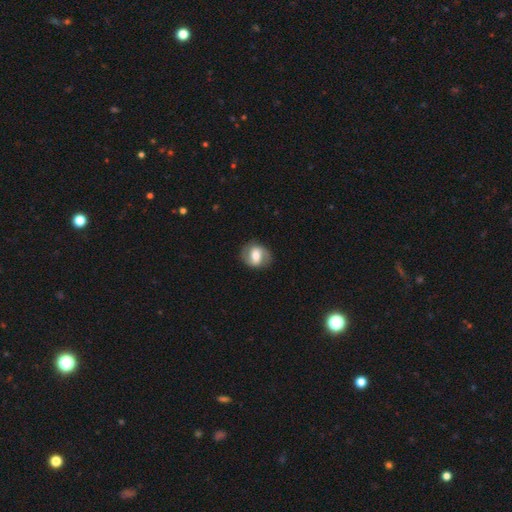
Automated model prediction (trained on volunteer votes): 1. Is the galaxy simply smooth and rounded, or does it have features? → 58% featured or disk, 34% smooth, 7% star or artifact.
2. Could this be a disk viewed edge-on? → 96% no, 4% yes.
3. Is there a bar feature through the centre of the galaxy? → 43% weak, 31% strong, 26% no.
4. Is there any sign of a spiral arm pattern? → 78% yes, 22% no.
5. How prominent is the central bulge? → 62% moderate, 18% large, 17% small, 2% dominant, 2% none.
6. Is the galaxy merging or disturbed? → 83% none, 12% minor disturbance, 4% major disturbance, 1% merger.